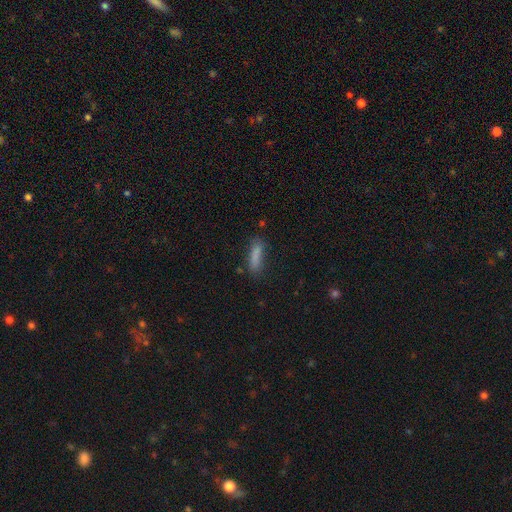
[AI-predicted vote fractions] A smooth galaxy with no disk features (82%) that is cigar-shaped (59%).

Vote fractions:
- Smooth or featured? smooth: 82% / star or artifact: 9% / featured or disk: 9%
- How rounded? cigar-shaped: 59% / in between: 38% / round: 2%
- Merging? none: 69% / minor disturbance: 21% / major disturbance: 7% / merger: 3%